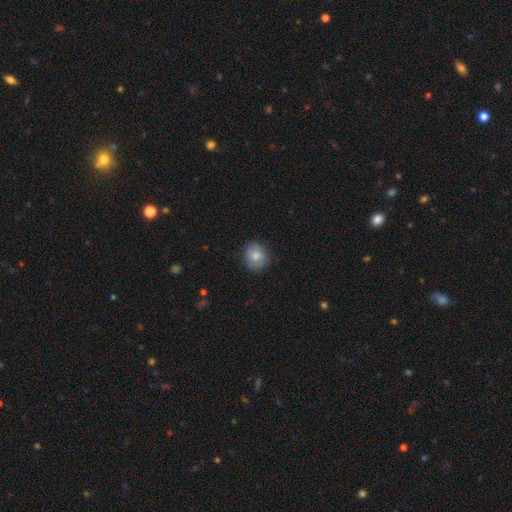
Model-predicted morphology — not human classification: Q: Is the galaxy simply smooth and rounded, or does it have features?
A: smooth — 81%.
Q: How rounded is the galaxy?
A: round — 77%.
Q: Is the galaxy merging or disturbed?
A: none — 83%.